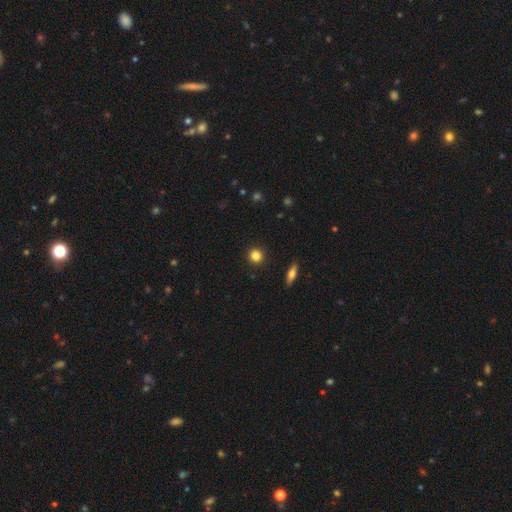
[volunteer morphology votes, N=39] Q: Smooth or featured?
A: smooth (90%); runner-up: featured or disk (5%)
Q: How rounded?
A: round (89%); runner-up: in between (11%)
Q: Merging?
A: none (92%); runner-up: minor disturbance (5%)